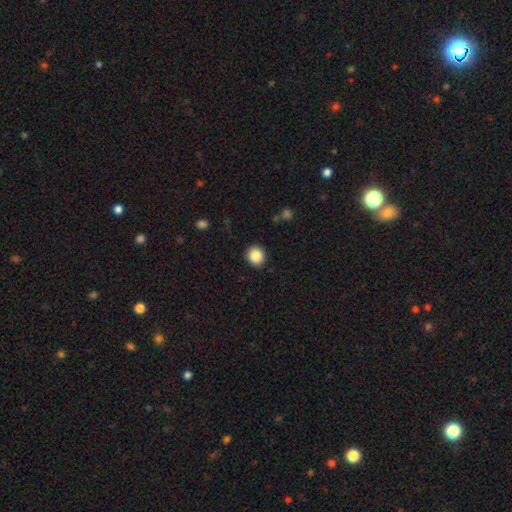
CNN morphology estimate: Smooth or featured? smooth (87%)
How rounded? round (85%)
Merging? none (91%)